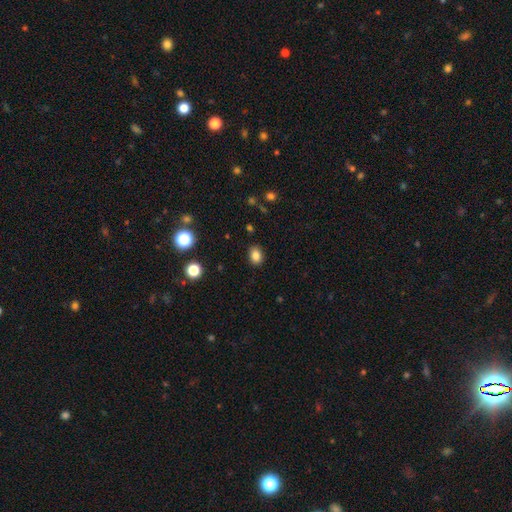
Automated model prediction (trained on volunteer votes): The model was most divided on "how rounded": in between: 65%, round: 34%, cigar-shaped: 1%. More confident: merging — none (88%); smooth or featured — smooth (83%).